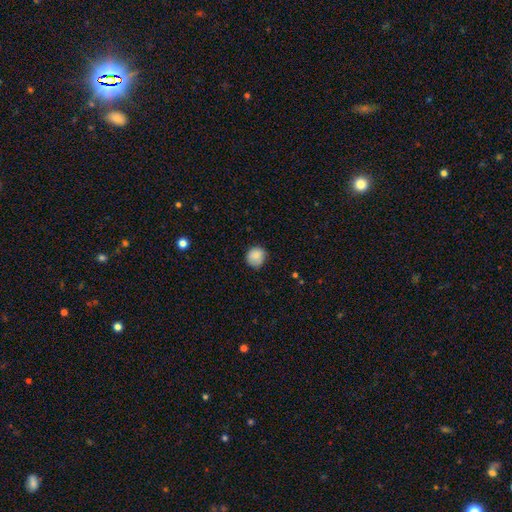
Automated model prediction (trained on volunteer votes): Smooth or featured: smooth — 85% (star or artifact — 9%)
How rounded: round — 85% (in between — 14%)
Merging: none — 72% (minor disturbance — 23%)